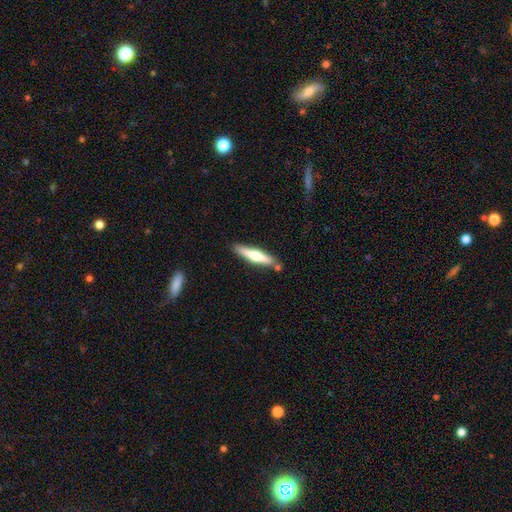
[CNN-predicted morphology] This appears to be a smooth galaxy with no disk features (48%). Merging: none (82%).